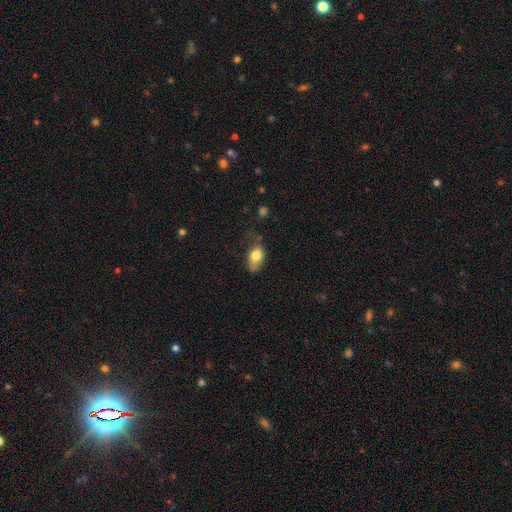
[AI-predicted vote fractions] Smooth or featured? smooth (79%)
How rounded? in between (87%)
Merging? none (46%)